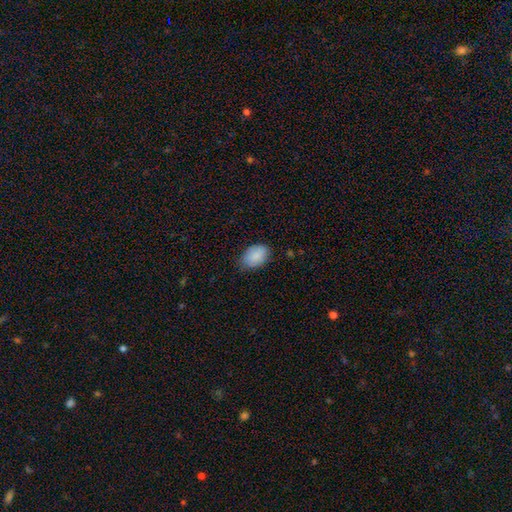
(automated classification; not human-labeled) Smooth or featured: smooth — 89% (star or artifact — 6%)
How rounded: in between — 85% (round — 14%)
Merging: none — 72% (minor disturbance — 23%)